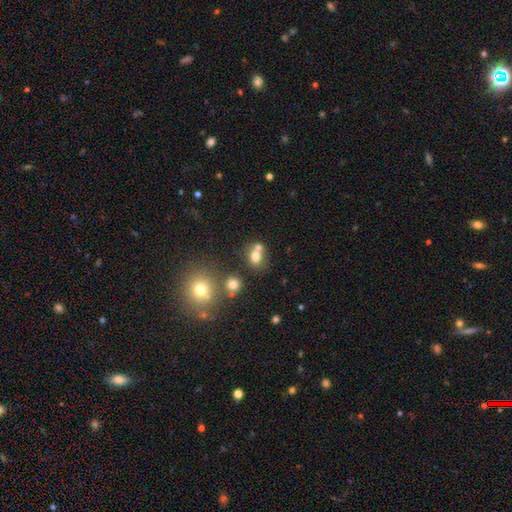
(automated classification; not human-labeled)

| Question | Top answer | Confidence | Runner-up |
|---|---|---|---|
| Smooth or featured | smooth | 72% | star or artifact (15%) |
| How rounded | round | 57% | in between (42%) |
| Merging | none | 44% | merger (41%) |